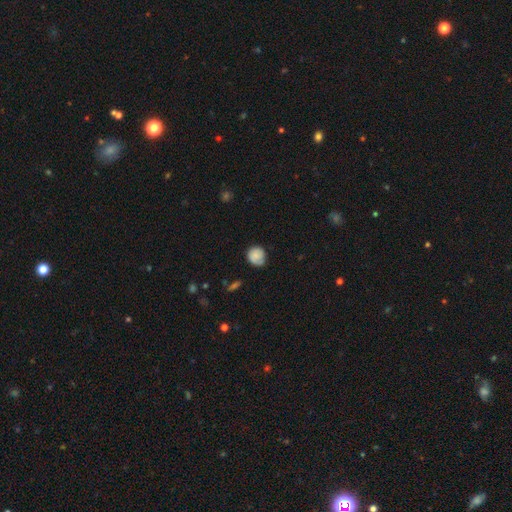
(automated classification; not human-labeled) A smooth galaxy with no disk features (77%) that is round (84%).

Vote fractions:
- Smooth or featured? smooth: 77% / featured or disk: 15% / star or artifact: 8%
- How rounded? round: 84% / in between: 15% / cigar-shaped: 1%
- Merging? none: 69% / minor disturbance: 24% / major disturbance: 6% / merger: 2%